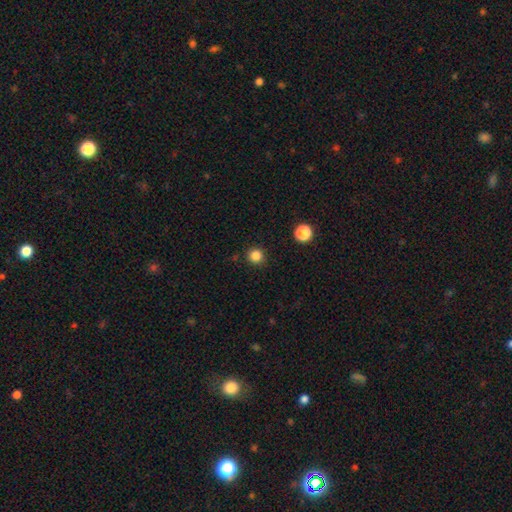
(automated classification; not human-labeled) smooth-or-featured: smooth: 84% | star or artifact: 13% | featured or disk: 3%
  how-rounded: round: 94% | in between: 5% | cigar-shaped: 1%
  merging: none: 91% | minor disturbance: 6% | major disturbance: 2% | merger: 2%